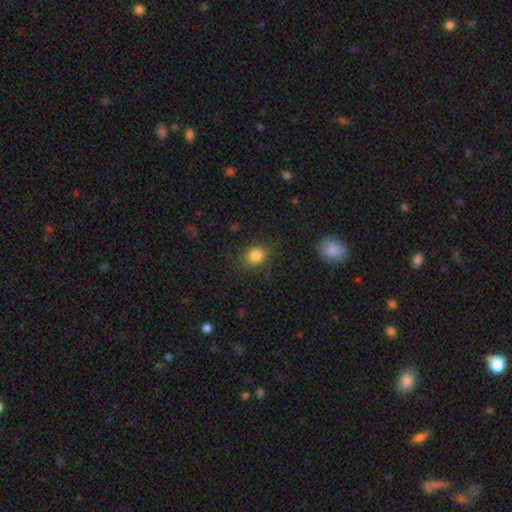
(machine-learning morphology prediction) This appears to be a smooth galaxy with no disk features (83%) that is round (62%). Merging: none (80%).